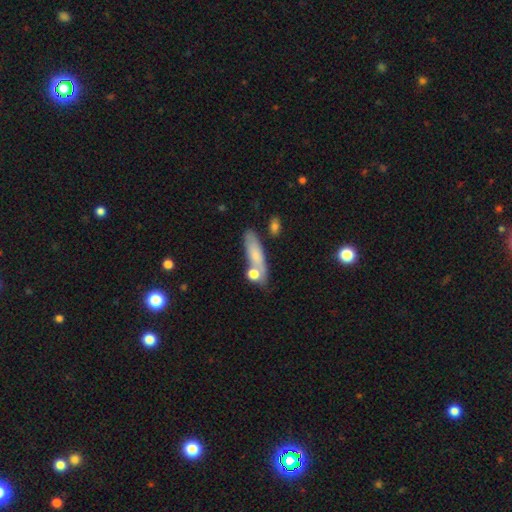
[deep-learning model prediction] This is likely a smooth galaxy (70%). How rounded: likely cigar-shaped (62%). Merging: likely none (60%).